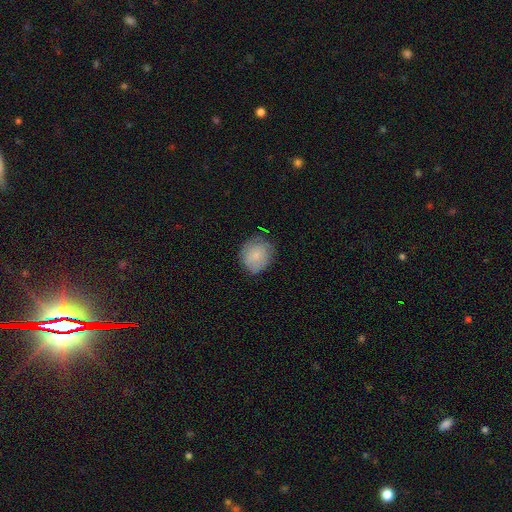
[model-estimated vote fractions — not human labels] Morphology: type=smooth (81%); roundness=round (79%); merging=none (70%).